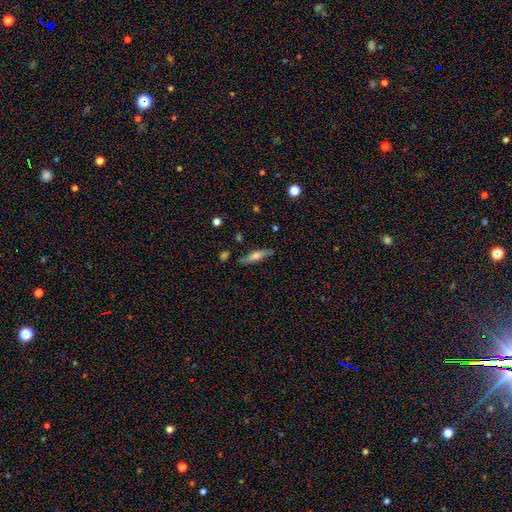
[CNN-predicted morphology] Smooth or featured? Predicted: smooth (p=0.49). Merging? Predicted: none (p=0.80).